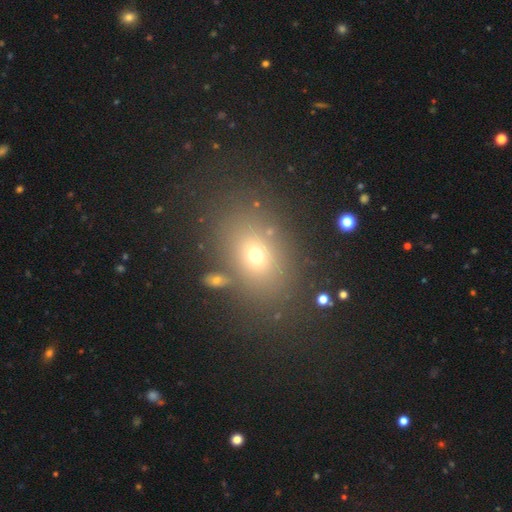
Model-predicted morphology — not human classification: The model was most divided on "how rounded": in between: 64%, round: 34%, cigar-shaped: 2%. More confident: merging — none (79%); smooth or featured — smooth (66%).